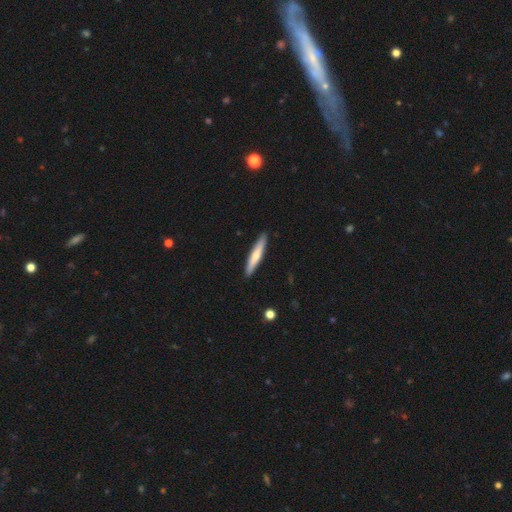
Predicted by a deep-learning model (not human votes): This appears to be a smooth galaxy with no disk features (60%) that is cigar-shaped (91%). Merging: none (91%).